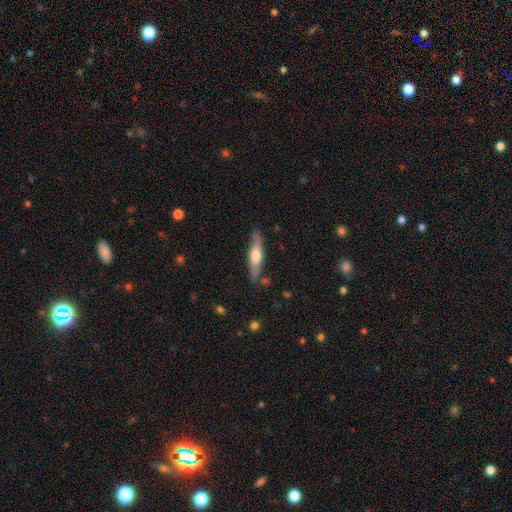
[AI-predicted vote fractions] This appears to be a featured or disk galaxy (49%). Merging: none (82%).